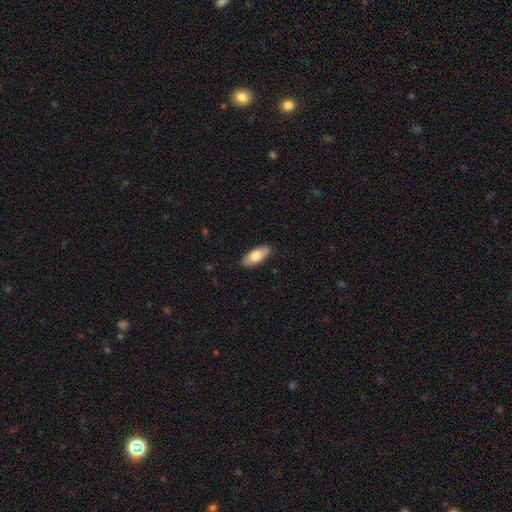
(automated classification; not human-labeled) smooth-or-featured: smooth: 76% | featured or disk: 18% | star or artifact: 6%
  how-rounded: in between: 84% | cigar-shaped: 14% | round: 2%
  merging: none: 88% | minor disturbance: 9% | major disturbance: 2% | merger: 1%